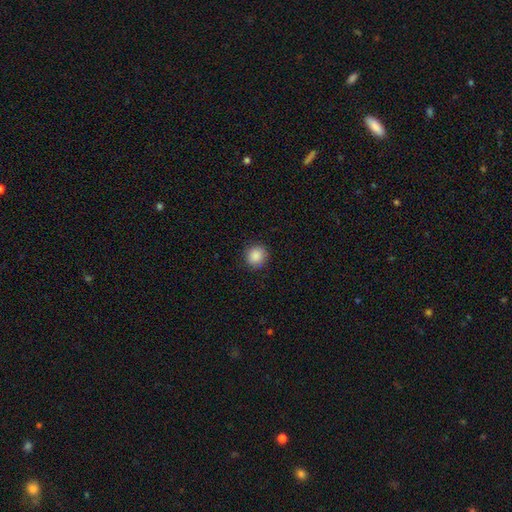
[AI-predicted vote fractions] This is clearly a smooth galaxy (88%). How rounded: clearly round (89%). Merging: clearly none (89%).